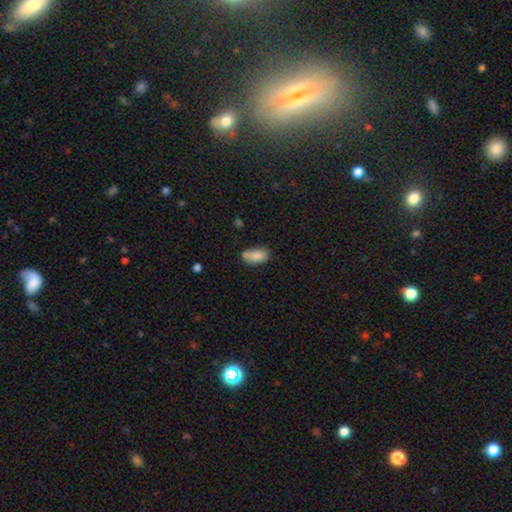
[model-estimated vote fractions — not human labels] Smooth or featured? Predicted: smooth (p=0.83). How rounded? Predicted: in between (p=0.90). Merging? Predicted: none (p=0.55).